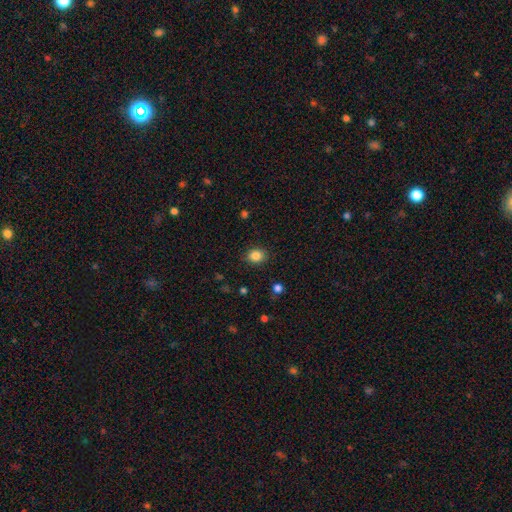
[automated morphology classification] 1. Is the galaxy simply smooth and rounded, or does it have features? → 85% smooth, 10% star or artifact, 5% featured or disk.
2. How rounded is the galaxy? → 57% round, 42% in between, 1% cigar-shaped.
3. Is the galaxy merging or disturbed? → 88% none, 9% minor disturbance, 3% major disturbance, 1% merger.